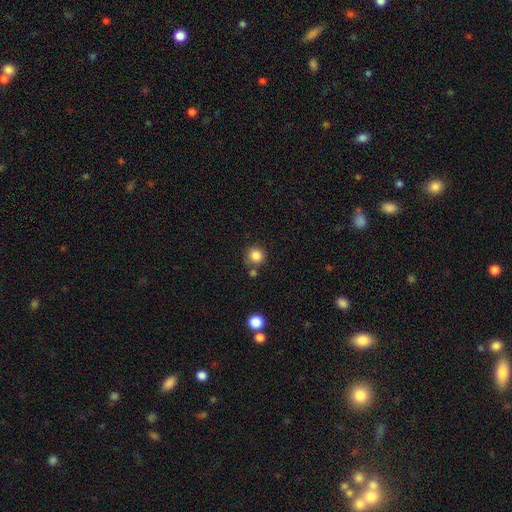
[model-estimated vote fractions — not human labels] A smooth galaxy with no disk features (85%) that is round (93%).

Vote fractions:
- Smooth or featured? smooth: 85% / star or artifact: 11% / featured or disk: 5%
- How rounded? round: 93% / in between: 6% / cigar-shaped: 1%
- Merging? none: 74% / minor disturbance: 12% / merger: 11% / major disturbance: 4%